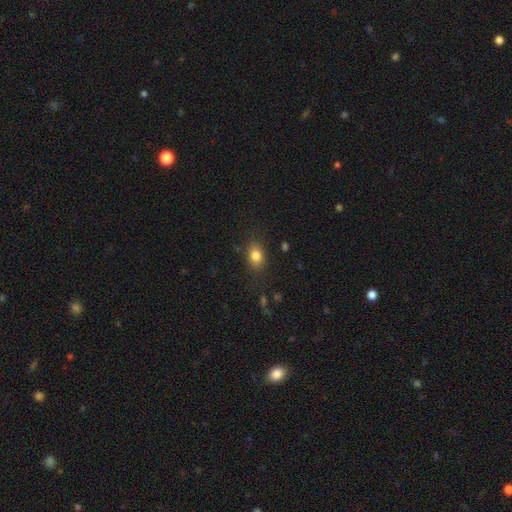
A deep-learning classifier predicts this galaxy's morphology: This appears to be a smooth galaxy with no disk features (83%) that is in between round and cigar-shaped (69%). Merging: none (82%).